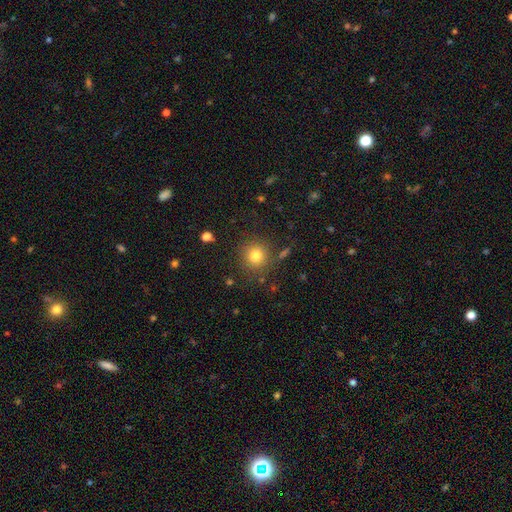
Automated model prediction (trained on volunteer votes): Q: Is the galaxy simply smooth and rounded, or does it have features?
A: smooth — 79%.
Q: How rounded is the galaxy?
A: round — 93%.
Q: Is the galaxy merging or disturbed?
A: none — 86%.